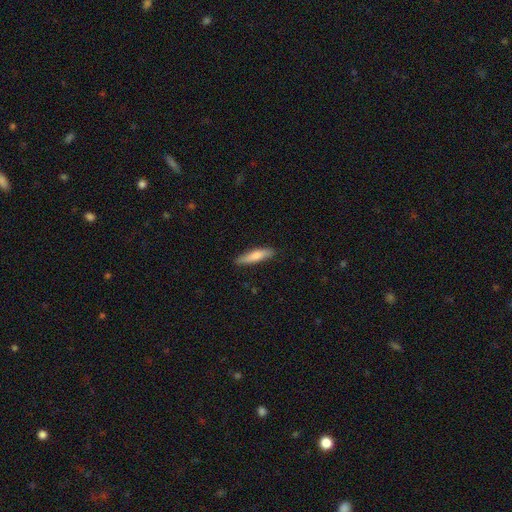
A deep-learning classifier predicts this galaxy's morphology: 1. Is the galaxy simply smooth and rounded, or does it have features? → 75% smooth, 20% featured or disk, 5% star or artifact.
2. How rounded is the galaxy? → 79% cigar-shaped, 19% in between, 1% round.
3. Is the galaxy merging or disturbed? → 88% none, 10% minor disturbance, 2% major disturbance, 1% merger.